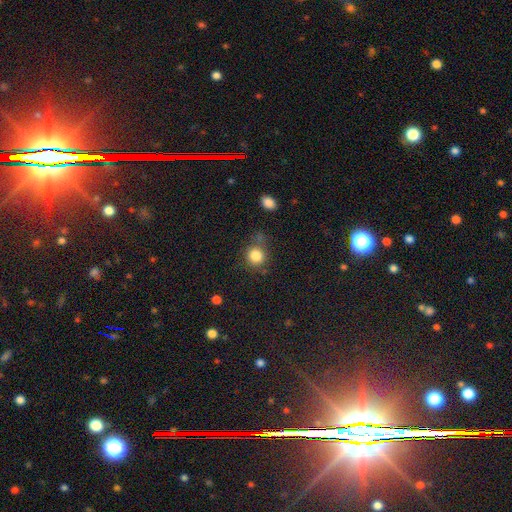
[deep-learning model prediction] Smooth or featured?
  - smooth: 83% *
  - star or artifact: 11%
  - featured or disk: 6%
How rounded?
  - round: 87% *
  - in between: 13%
  - cigar-shaped: 1%
Merging?
  - none: 72% *
  - minor disturbance: 14%
  - merger: 10%
  - major disturbance: 5%